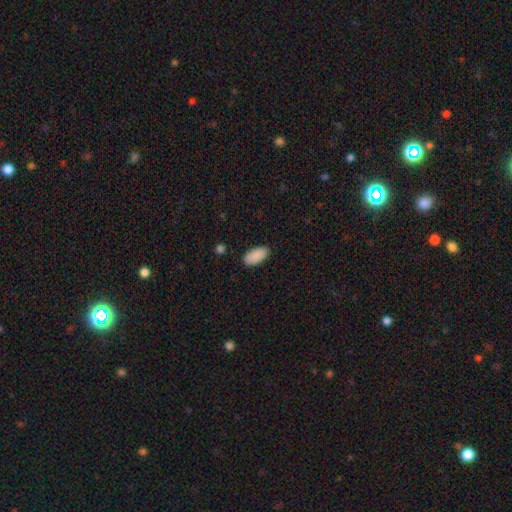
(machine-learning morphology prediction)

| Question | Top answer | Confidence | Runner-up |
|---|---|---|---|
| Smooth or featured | smooth | 91% | star or artifact (6%) |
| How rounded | in between | 94% | cigar-shaped (4%) |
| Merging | none | 87% | minor disturbance (9%) |